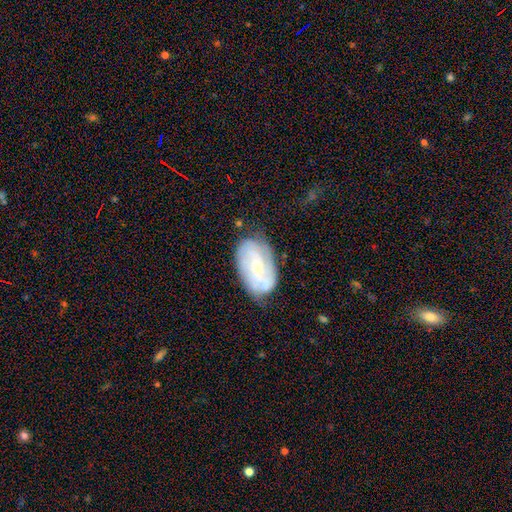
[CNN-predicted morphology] smooth_or_featured: featured or disk (p=0.68) [alt: smooth p=0.25]
disk_edge_on: no (p=0.96) [alt: yes p=0.04]
bar: no (p=0.55) [alt: weak p=0.34]
has_spiral_arms: yes (p=0.83) [alt: no p=0.17]
spiral_winding: tight (p=0.46) [alt: medium p=0.37]
spiral_arm_count: 2 (p=0.44) [alt: can't tell p=0.34]
bulge_size: small (p=0.74) [alt: moderate p=0.20]
merging: none (p=0.64) [alt: minor disturbance p=0.24]